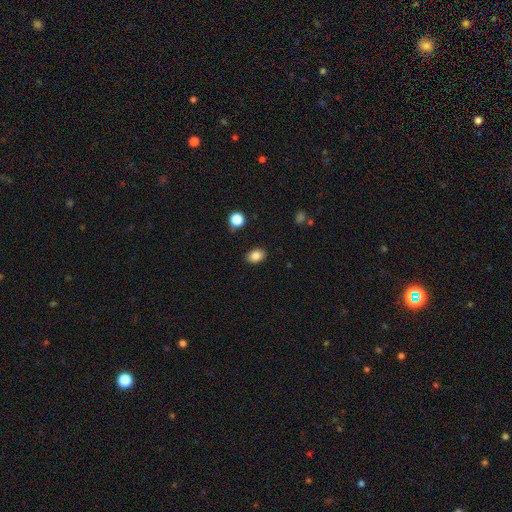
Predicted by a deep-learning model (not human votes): A smooth galaxy with no disk features (85%) that is in between round and cigar-shaped (80%). Merging: none (86%).